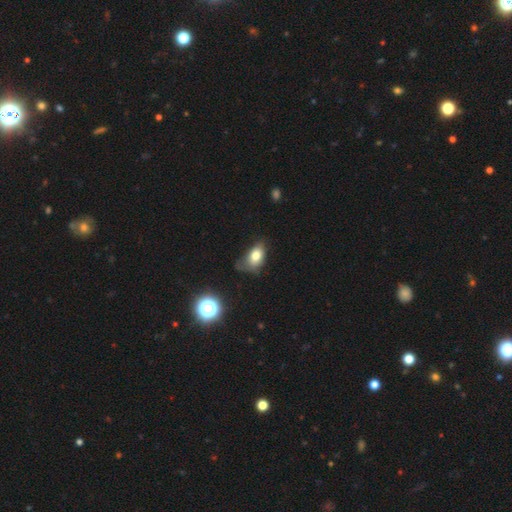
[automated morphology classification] Smooth or featured?
  - smooth: 75% *
  - featured or disk: 14%
  - star or artifact: 11%
How rounded?
  - in between: 84% *
  - round: 13%
  - cigar-shaped: 2%
Merging?
  - minor disturbance: 38% *
  - none: 37%
  - major disturbance: 21%
  - merger: 4%